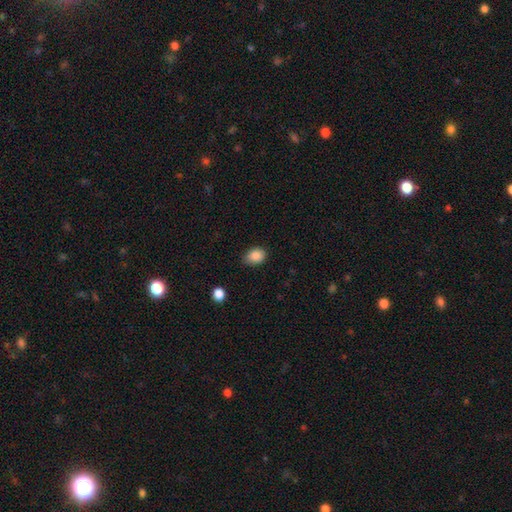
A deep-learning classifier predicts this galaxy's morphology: The model was most divided on "how rounded": in between: 66%, round: 34%, cigar-shaped: 1%. More confident: smooth or featured — smooth (86%); merging — none (72%).